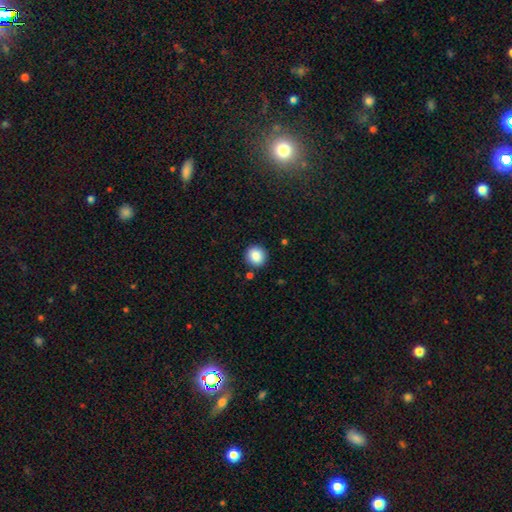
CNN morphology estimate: smooth 87%, star or artifact 9%, featured or disk 4%. Down the decision tree: how rounded — round (87%); merging — none (89%).